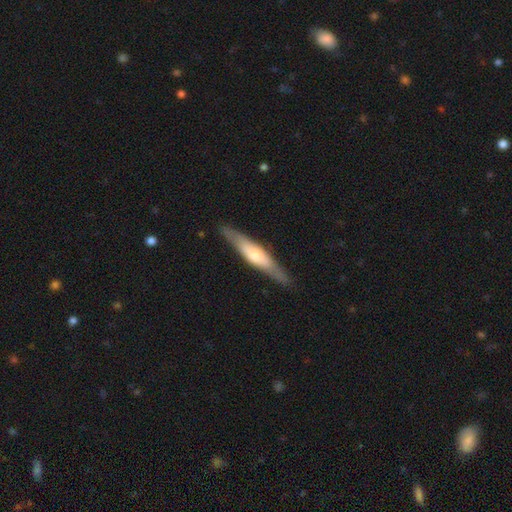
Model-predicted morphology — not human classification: smooth-or-featured: featured or disk: 57% | smooth: 37% | star or artifact: 5%
  disk-edge-on: yes: 90% | no: 10%
    edge-on-bulge: rounded: 71% | boxy: 17% | none: 12%
  merging: none: 88% | minor disturbance: 9% | major disturbance: 2% | merger: 1%